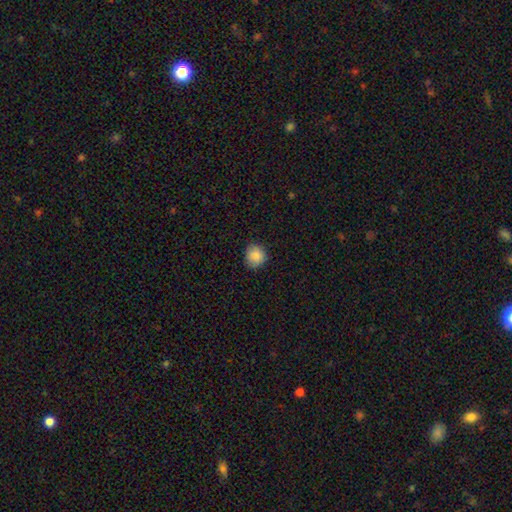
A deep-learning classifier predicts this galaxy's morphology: Smooth or featured?
  - smooth: 87% *
  - star or artifact: 9%
  - featured or disk: 5%
How rounded?
  - round: 85% *
  - in between: 14%
  - cigar-shaped: 1%
Merging?
  - none: 81% *
  - minor disturbance: 16%
  - major disturbance: 3%
  - merger: 1%